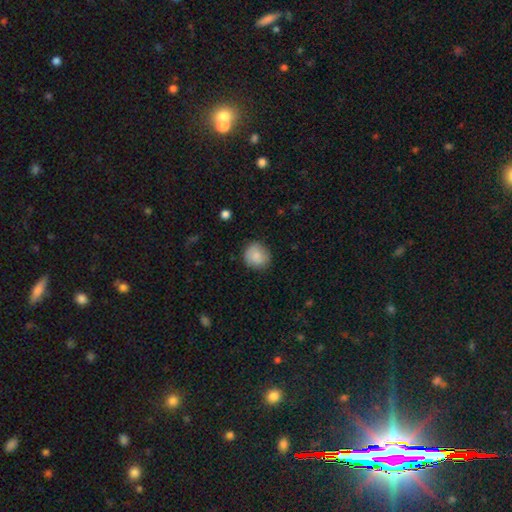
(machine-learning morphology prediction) A smooth galaxy with no disk features (84%) that is round (86%).

Vote fractions:
- Smooth or featured? smooth: 84% / featured or disk: 9% / star or artifact: 7%
- How rounded? round: 86% / in between: 13% / cigar-shaped: 1%
- Merging? none: 84% / minor disturbance: 12% / major disturbance: 3% / merger: 1%